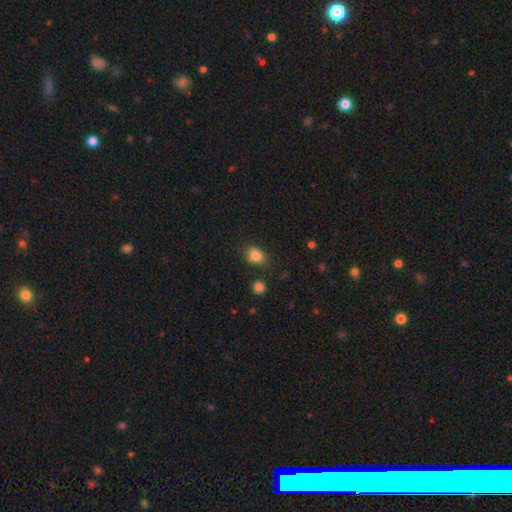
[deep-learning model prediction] This is clearly a smooth galaxy (84%). How rounded: possibly in between (54%). Merging: likely none (77%).